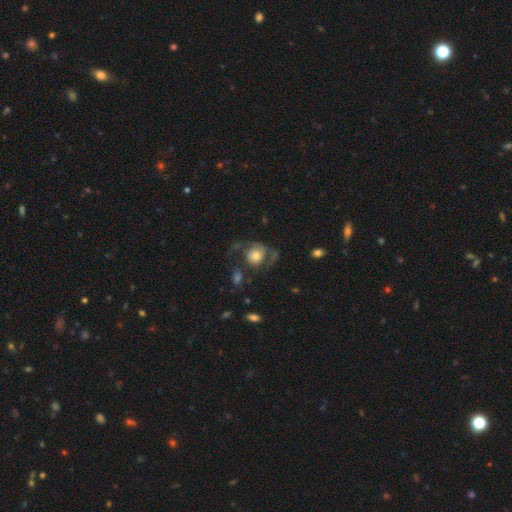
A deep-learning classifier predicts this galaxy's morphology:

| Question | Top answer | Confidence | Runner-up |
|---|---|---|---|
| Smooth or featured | smooth | 54% | featured or disk (38%) |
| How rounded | round | 75% | in between (24%) |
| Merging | major disturbance | 38% | none (37%) |